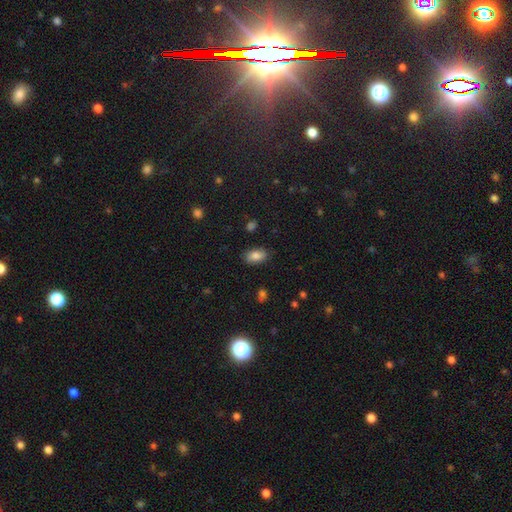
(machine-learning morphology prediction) This is clearly a smooth galaxy (81%). How rounded: clearly in between (91%). Merging: clearly none (82%).